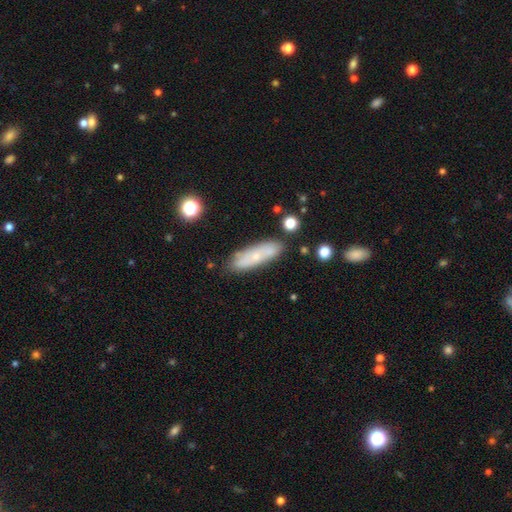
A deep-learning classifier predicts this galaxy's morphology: Smooth or featured?
  - smooth: 54% *
  - featured or disk: 38%
  - star or artifact: 8%
How rounded?
  - cigar-shaped: 59% *
  - in between: 39%
  - round: 2%
Merging?
  - none: 78% *
  - minor disturbance: 14%
  - merger: 4%
  - major disturbance: 3%